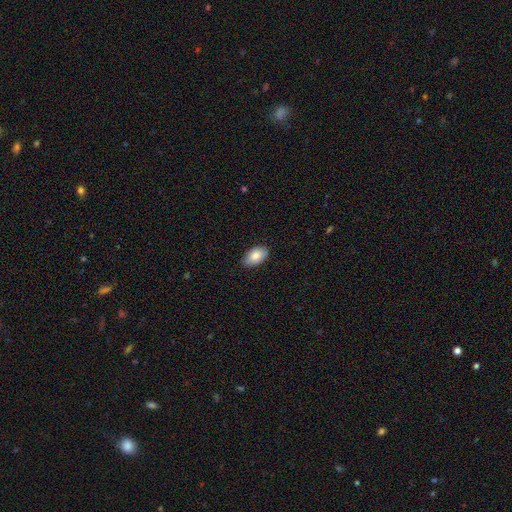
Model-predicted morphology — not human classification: smooth_or_featured: smooth (p=0.85) [alt: featured or disk p=0.09]
how_rounded: in between (p=0.93) [alt: round p=0.05]
merging: none (p=0.85) [alt: minor disturbance p=0.12]